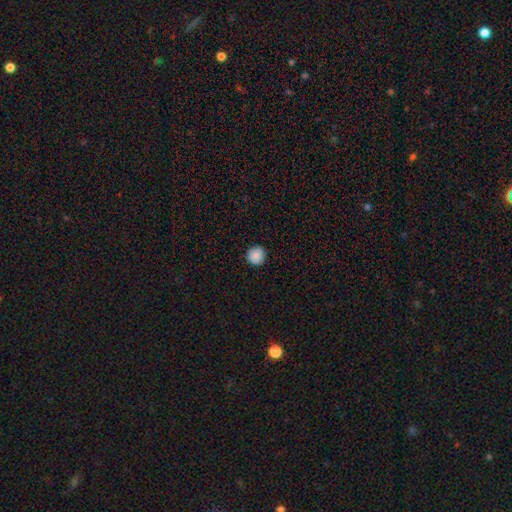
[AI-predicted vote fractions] A smooth galaxy with no disk features (88%) that is round (94%).

Vote fractions:
- Smooth or featured? smooth: 88% / star or artifact: 9% / featured or disk: 3%
- How rounded? round: 94% / in between: 5% / cigar-shaped: 1%
- Merging? none: 91% / minor disturbance: 7% / major disturbance: 2% / merger: 1%